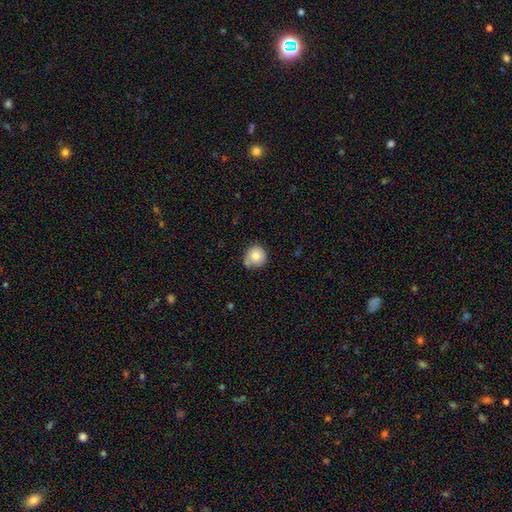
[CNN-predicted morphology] Smooth or featured? Predicted: smooth (p=0.79). How rounded? Predicted: round (p=0.91). Merging? Predicted: none (p=0.63).